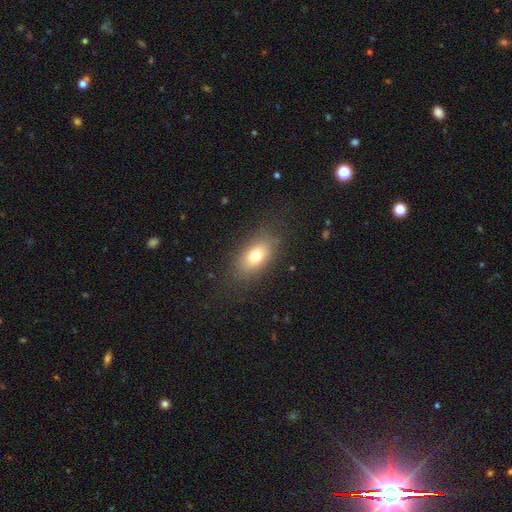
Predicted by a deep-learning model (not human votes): This appears to be a smooth galaxy with no disk features (74%) that is in between round and cigar-shaped (86%). Merging: none (82%).